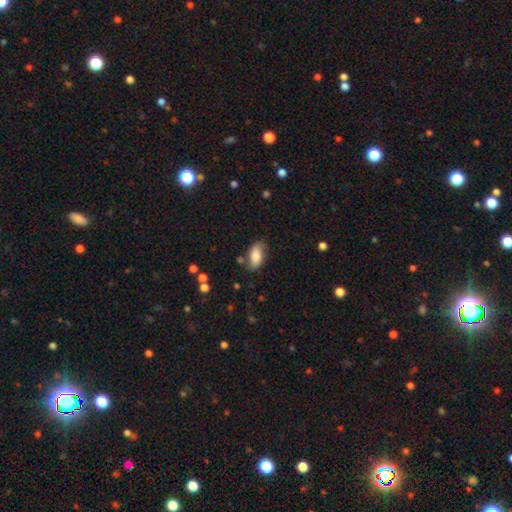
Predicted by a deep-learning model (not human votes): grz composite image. It shows a smooth galaxy with no disk features (77%) that is in between round and cigar-shaped (91%). Merging: none (70%).